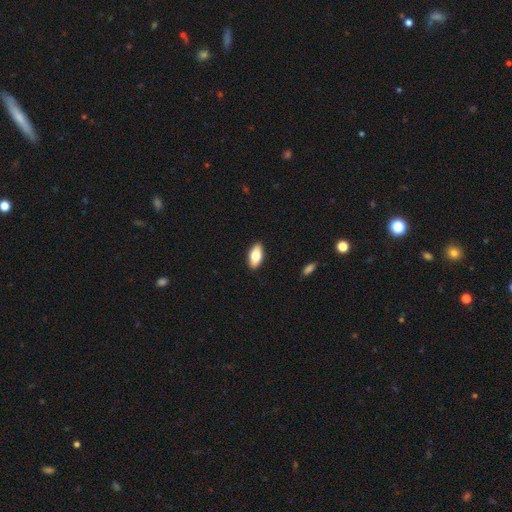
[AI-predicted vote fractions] Overall: smooth (77%). How rounded: in between (90%). Merging: none (90%).